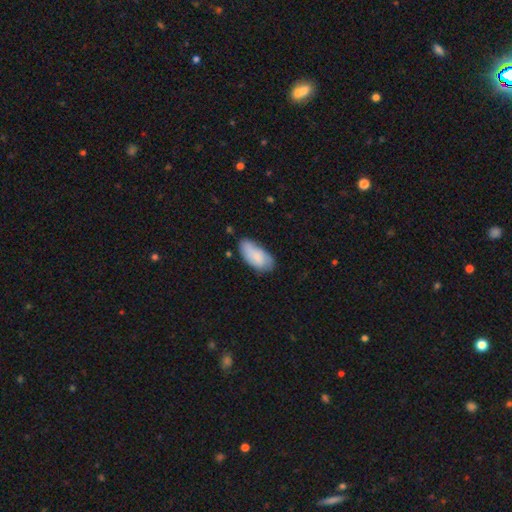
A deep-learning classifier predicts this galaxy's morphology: Smooth or featured?
  - smooth: 75% *
  - featured or disk: 18%
  - star or artifact: 6%
How rounded?
  - in between: 91% *
  - cigar-shaped: 6%
  - round: 2%
Merging?
  - none: 63% *
  - minor disturbance: 28%
  - major disturbance: 6%
  - merger: 3%